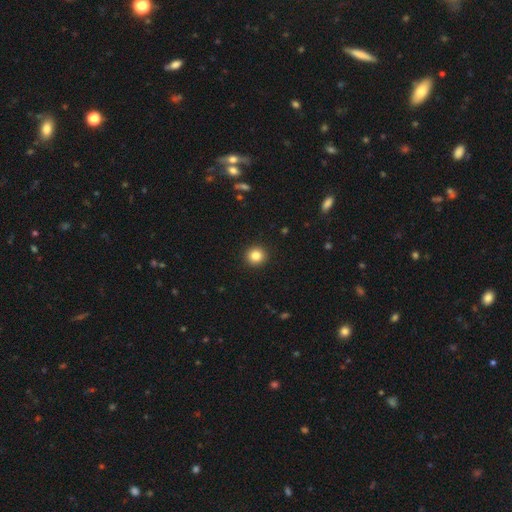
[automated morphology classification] Smooth or featured? smooth (84%)
How rounded? round (93%)
Merging? none (93%)